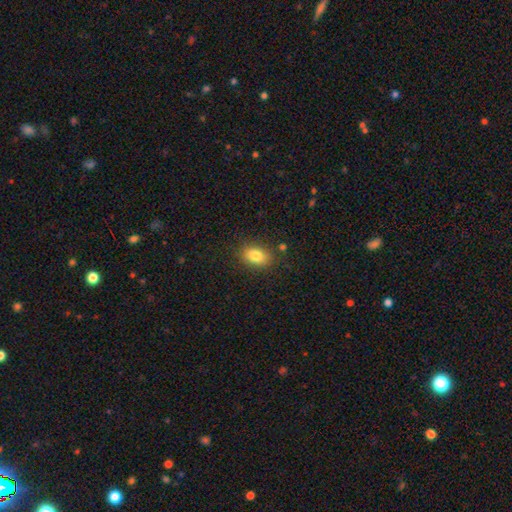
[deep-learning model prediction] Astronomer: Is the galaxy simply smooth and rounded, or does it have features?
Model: smooth — 82%.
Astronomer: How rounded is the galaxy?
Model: in between — 80%.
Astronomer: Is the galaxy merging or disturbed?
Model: none — 83%.